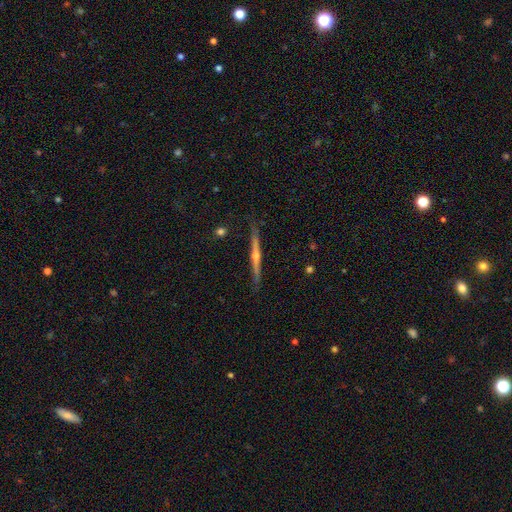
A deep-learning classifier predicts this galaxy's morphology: smooth_or_featured: featured or disk (p=0.80) [alt: smooth p=0.14]
disk_edge_on: yes (p=0.98) [alt: no p=0.02]
edge_on_bulge: rounded (p=0.90) [alt: none p=0.07]
merging: none (p=0.87) [alt: minor disturbance p=0.10]